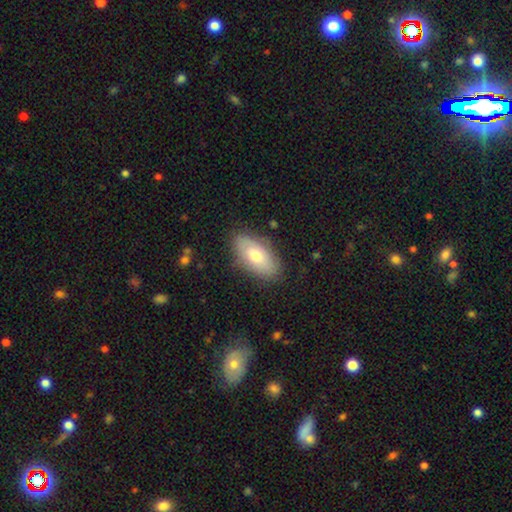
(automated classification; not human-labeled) This is likely a smooth galaxy (70%). How rounded: clearly in between (91%). Merging: clearly none (82%).